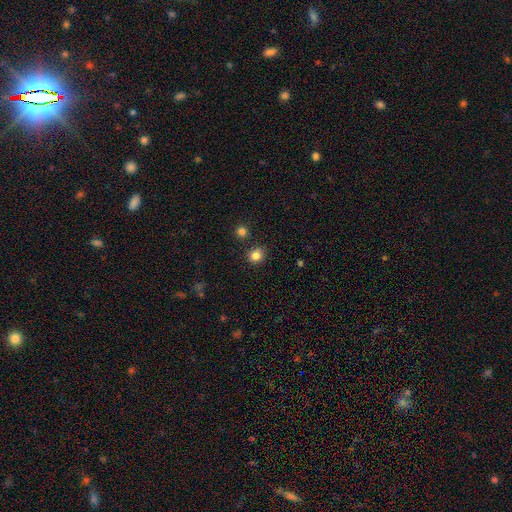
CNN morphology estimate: Overall: smooth (82%). How rounded: round (83%). Merging: none (84%).